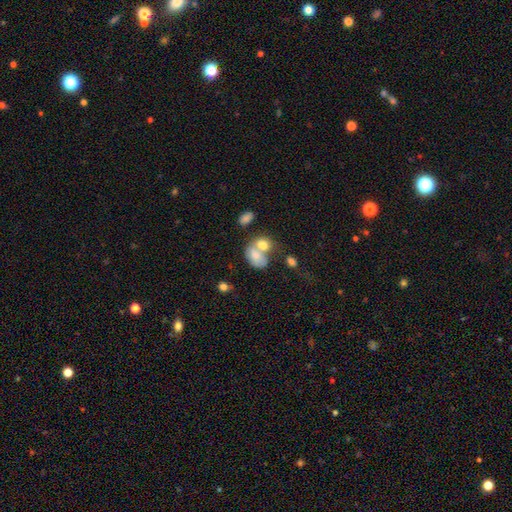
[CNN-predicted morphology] Smooth or featured: smooth — 74% (featured or disk — 18%)
How rounded: in between — 77% (round — 21%)
Merging: merger — 56% (none — 24%)